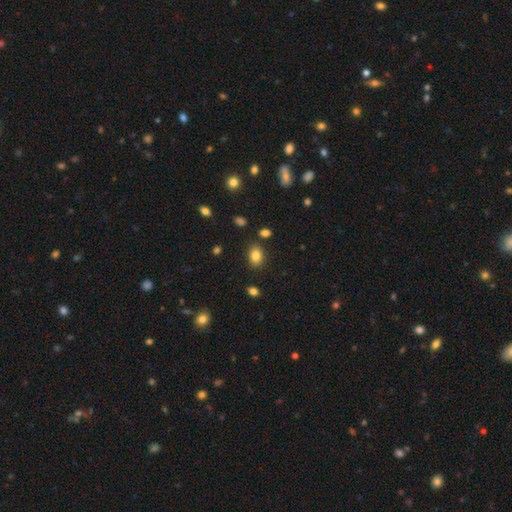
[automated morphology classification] This appears to be a smooth galaxy with no disk features (83%) that is in between round and cigar-shaped (76%). Merging: none (82%).